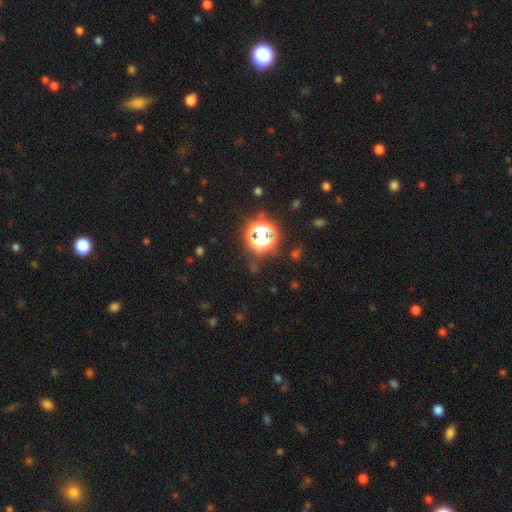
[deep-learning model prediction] smooth_or_featured: star or artifact (p=0.77) [alt: smooth p=0.17]